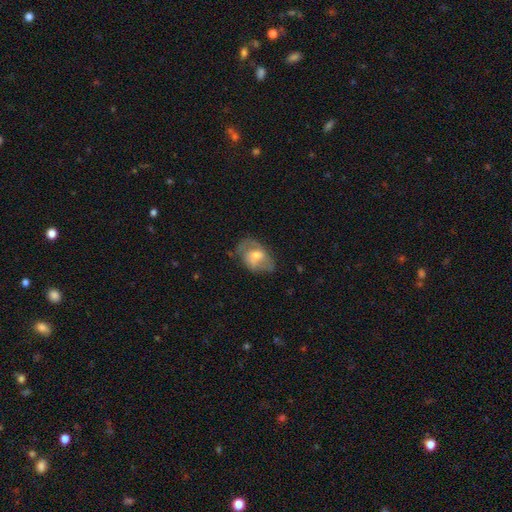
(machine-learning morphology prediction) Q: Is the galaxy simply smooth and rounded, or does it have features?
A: featured or disk — 55%.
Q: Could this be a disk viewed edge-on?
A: no — 95%.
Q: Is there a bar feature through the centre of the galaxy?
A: no — 50%.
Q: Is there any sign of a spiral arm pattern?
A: yes — 66%.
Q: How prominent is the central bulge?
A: moderate — 56%.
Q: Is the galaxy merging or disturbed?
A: none — 52%.